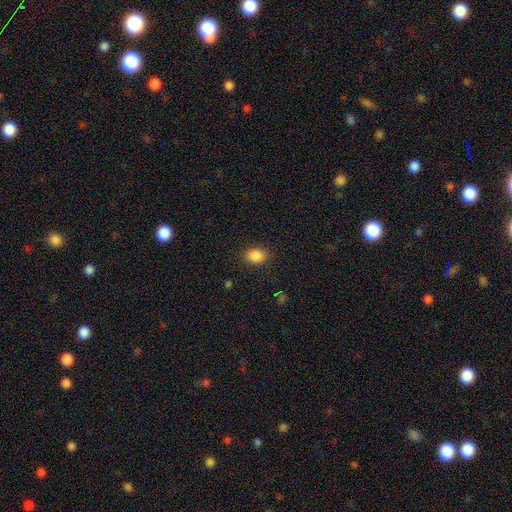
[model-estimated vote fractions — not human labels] Morphology: type=smooth (87%); roundness=in between (61%); merging=none (86%).